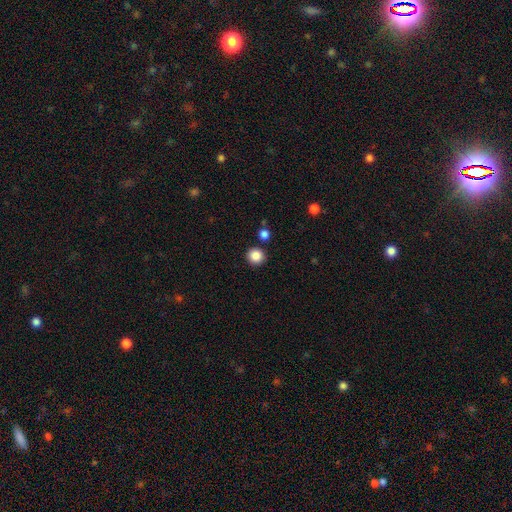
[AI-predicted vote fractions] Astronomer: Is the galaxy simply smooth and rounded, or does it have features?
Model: smooth — 87%.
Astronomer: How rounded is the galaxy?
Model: round — 94%.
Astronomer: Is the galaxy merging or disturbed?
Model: none — 89%.